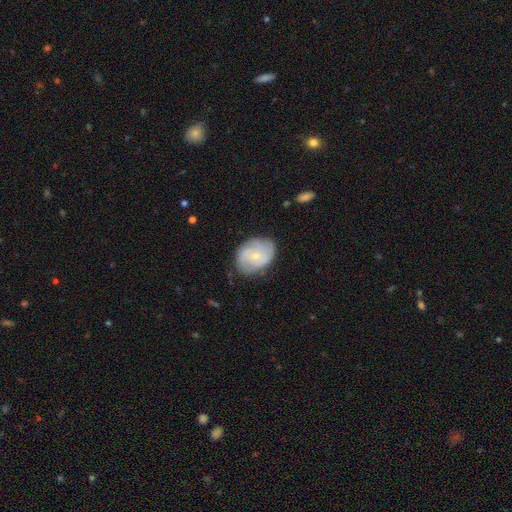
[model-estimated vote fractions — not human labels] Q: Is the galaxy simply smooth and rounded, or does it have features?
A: featured or disk — 62%.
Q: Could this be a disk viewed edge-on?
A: no — 97%.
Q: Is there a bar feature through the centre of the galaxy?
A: no — 71%.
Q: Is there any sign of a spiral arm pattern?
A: yes — 85%.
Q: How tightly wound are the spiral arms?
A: tight — 44%.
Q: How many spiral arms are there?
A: can't tell — 34%, tied with 2.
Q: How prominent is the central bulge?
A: small — 73%.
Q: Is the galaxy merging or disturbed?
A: none — 72%.